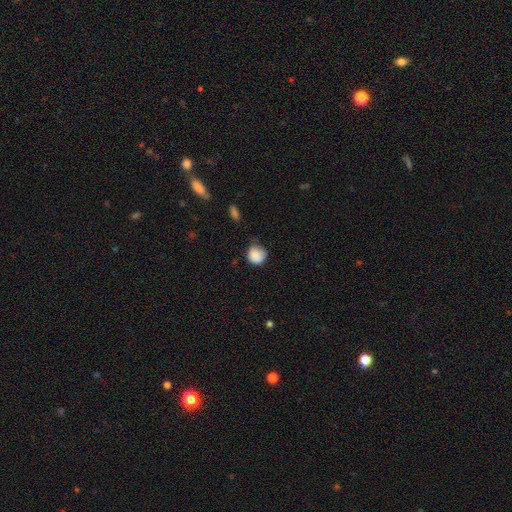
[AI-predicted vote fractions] Smooth or featured?
  - smooth: 86% *
  - star or artifact: 8%
  - featured or disk: 6%
How rounded?
  - round: 88% *
  - in between: 11%
  - cigar-shaped: 1%
Merging?
  - none: 57% *
  - minor disturbance: 33%
  - major disturbance: 8%
  - merger: 2%